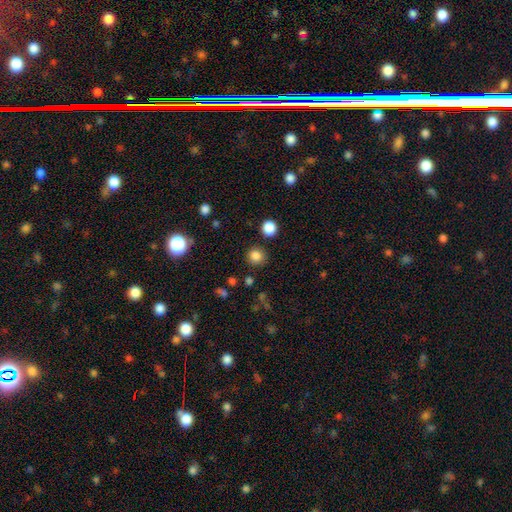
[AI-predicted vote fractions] smooth-or-featured: smooth: 83% | star or artifact: 13% | featured or disk: 4%
  how-rounded: round: 92% | in between: 7% | cigar-shaped: 1%
  merging: none: 88% | minor disturbance: 6% | merger: 3% | major disturbance: 3%